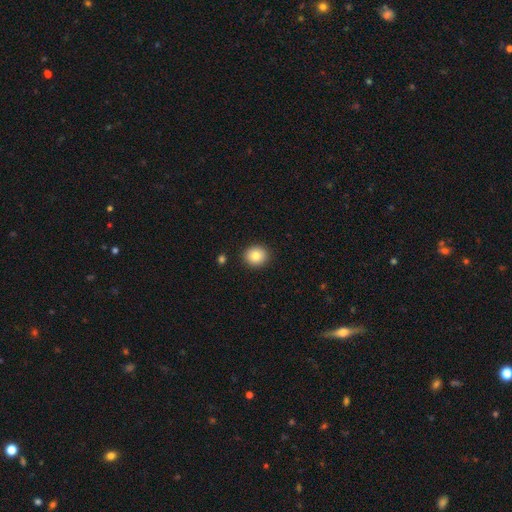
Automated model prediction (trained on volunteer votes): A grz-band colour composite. It shows a smooth galaxy with no disk features (83%) that is round (83%). Merging: none (91%).